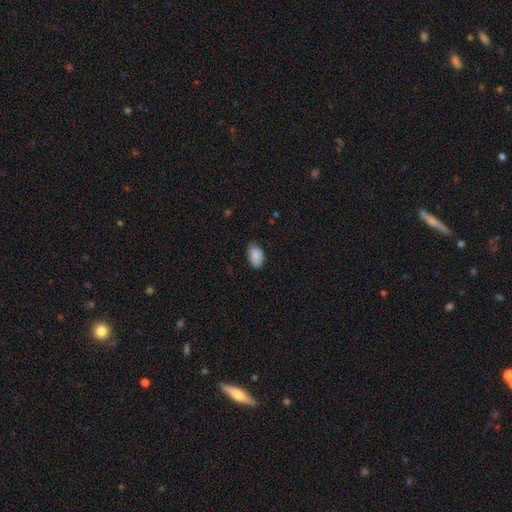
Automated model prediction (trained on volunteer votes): This appears to be a smooth galaxy with no disk features (86%) that is in between round and cigar-shaped (91%). Merging: none (77%).